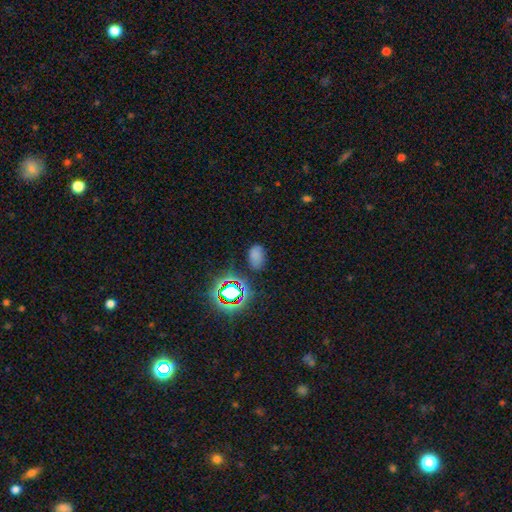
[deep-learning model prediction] Overall: smooth (64%; star or artifact 29%). How rounded: in between (86%). Merging: none (71%).